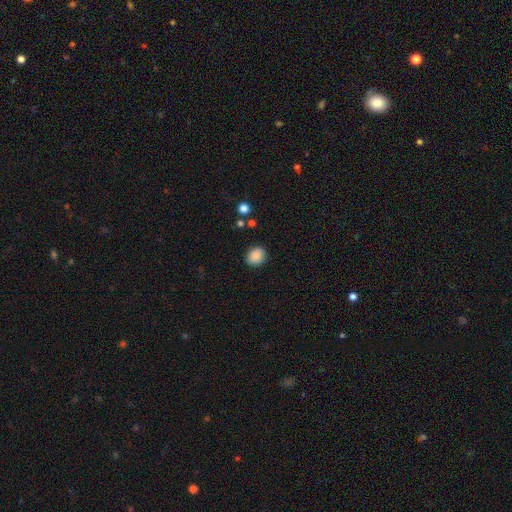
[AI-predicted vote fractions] smooth-or-featured: smooth: 88% | star or artifact: 9% | featured or disk: 3%
  how-rounded: round: 55% | in between: 44% | cigar-shaped: 1%
  merging: none: 88% | minor disturbance: 8% | major disturbance: 2% | merger: 1%